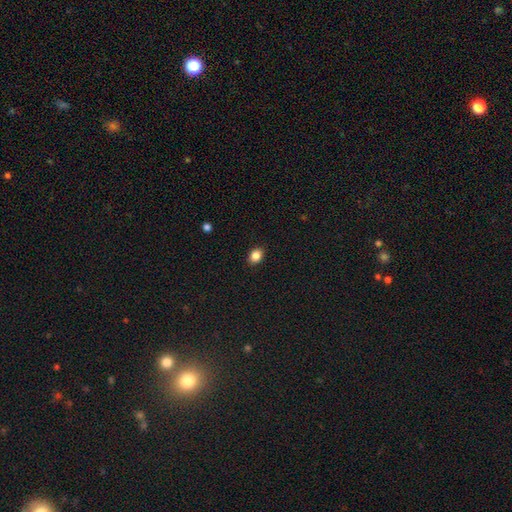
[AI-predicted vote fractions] A smooth galaxy with no disk features (86%) that is in between round and cigar-shaped (60%). Merging: none (89%).